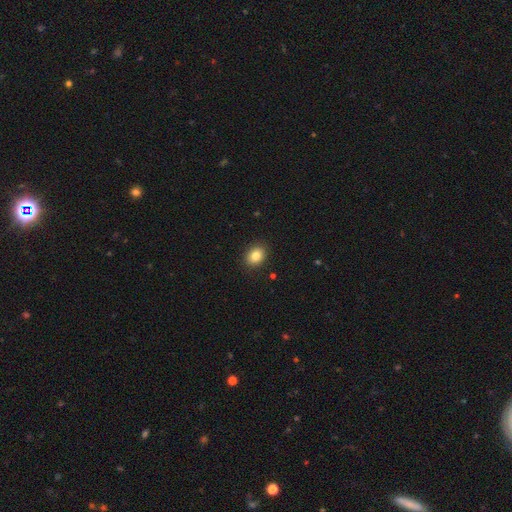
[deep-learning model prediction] The model was most divided on "how rounded": in between: 62%, round: 37%, cigar-shaped: 1%. More confident: merging — none (89%); smooth or featured — smooth (85%).